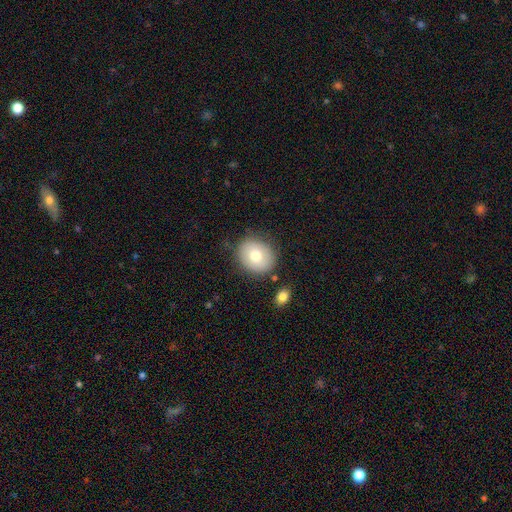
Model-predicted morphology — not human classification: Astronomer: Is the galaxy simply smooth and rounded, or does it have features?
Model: smooth — 72%.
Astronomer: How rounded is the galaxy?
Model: round — 67%.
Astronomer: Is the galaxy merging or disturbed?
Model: none — 80%.